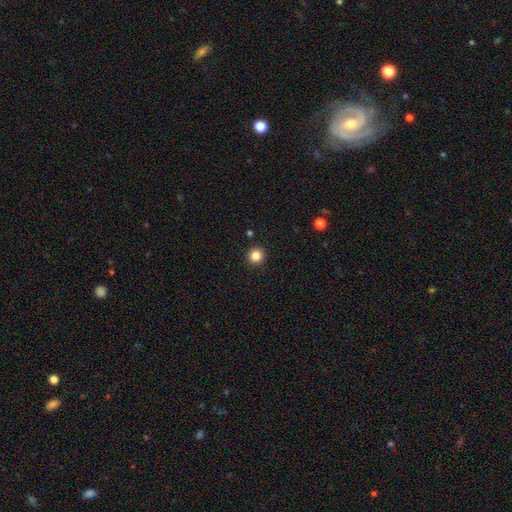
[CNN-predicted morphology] Q: Smooth or featured?
A: smooth (85%); runner-up: star or artifact (11%)
Q: How rounded?
A: round (95%); runner-up: in between (4%)
Q: Merging?
A: none (93%); runner-up: minor disturbance (4%)